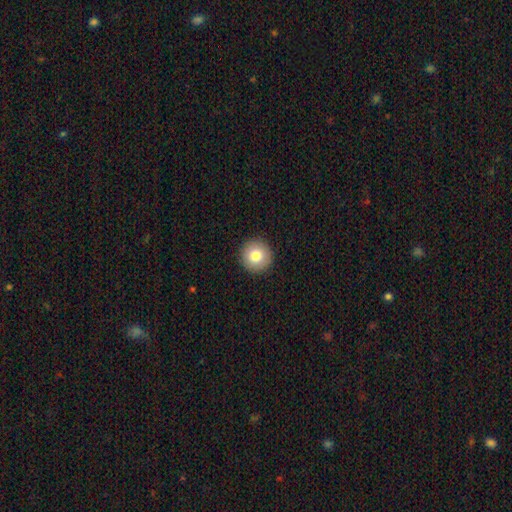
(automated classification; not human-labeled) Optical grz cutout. It shows a smooth galaxy with no disk features (80%) that is round (95%). Merging: none (93%).